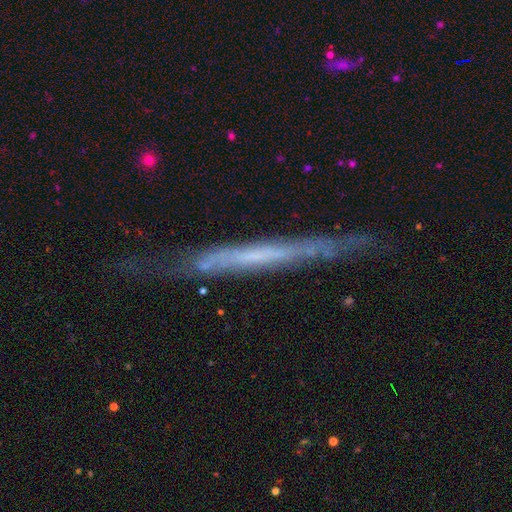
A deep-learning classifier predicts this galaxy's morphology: This appears to be a featured or disk galaxy (67%) viewed edge-on (89%) with no central bulge (84%). Merging: none (69%).